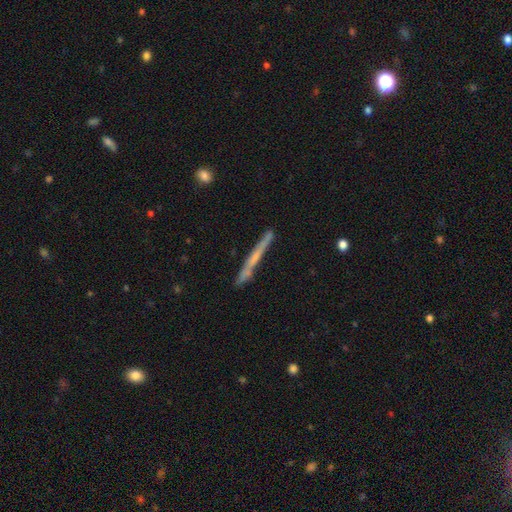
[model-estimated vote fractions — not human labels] A featured or disk galaxy (52%) viewed edge-on (94%).

Vote fractions:
- Smooth or featured? featured or disk: 52% / smooth: 42% / star or artifact: 6%
- Edge-on disk? yes: 94% / no: 6%
- Merging? none: 81% / minor disturbance: 13% / merger: 3% / major disturbance: 3%